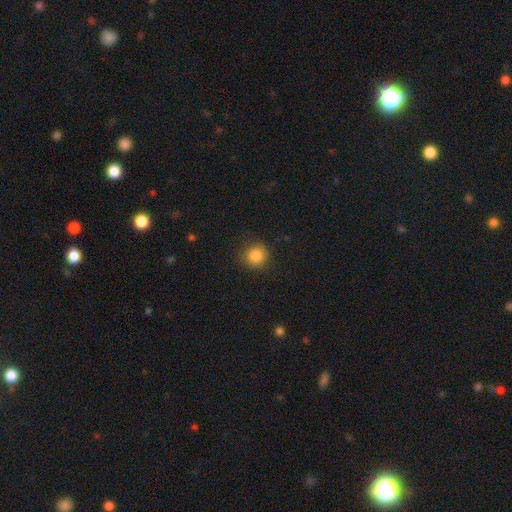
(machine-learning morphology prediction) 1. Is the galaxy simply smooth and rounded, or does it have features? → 85% smooth, 11% star or artifact, 4% featured or disk.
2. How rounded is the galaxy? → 92% round, 7% in between, 1% cigar-shaped.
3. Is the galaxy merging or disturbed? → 88% none, 9% minor disturbance, 3% major disturbance, 1% merger.